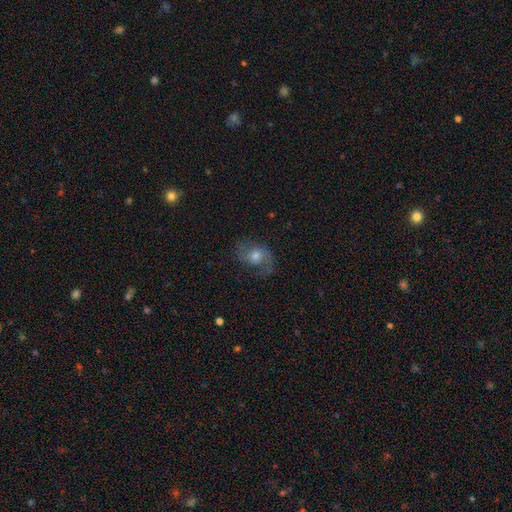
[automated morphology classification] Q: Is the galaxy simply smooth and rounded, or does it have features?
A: featured or disk — 67%.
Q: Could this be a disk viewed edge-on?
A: no — 96%.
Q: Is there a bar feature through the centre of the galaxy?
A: no — 64%.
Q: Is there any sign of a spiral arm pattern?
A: yes — 90%.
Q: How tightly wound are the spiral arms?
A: medium — 44%.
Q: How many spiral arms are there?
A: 2 — 75%.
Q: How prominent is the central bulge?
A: moderate — 61%.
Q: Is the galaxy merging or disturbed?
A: none — 65%.